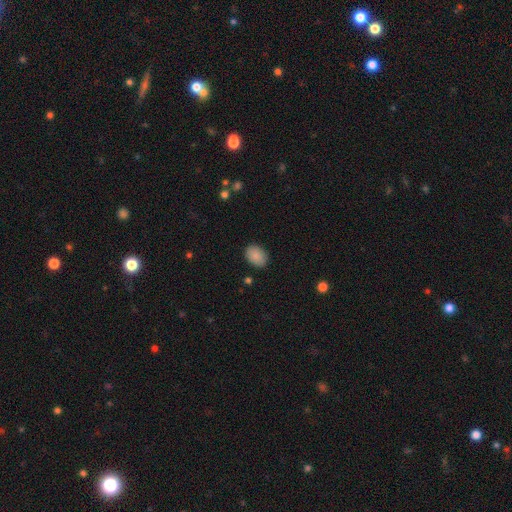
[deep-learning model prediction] Smooth or featured? Predicted: smooth (p=0.88). How rounded? Predicted: in between (p=0.77). Merging? Predicted: none (p=0.87).